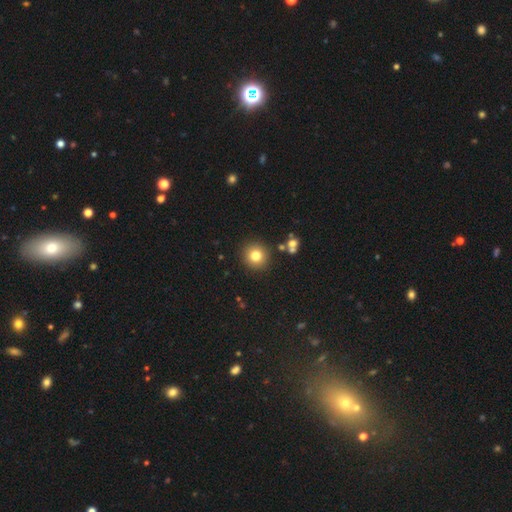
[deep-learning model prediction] Smooth or featured? smooth (79%)
How rounded? round (93%)
Merging? none (88%)